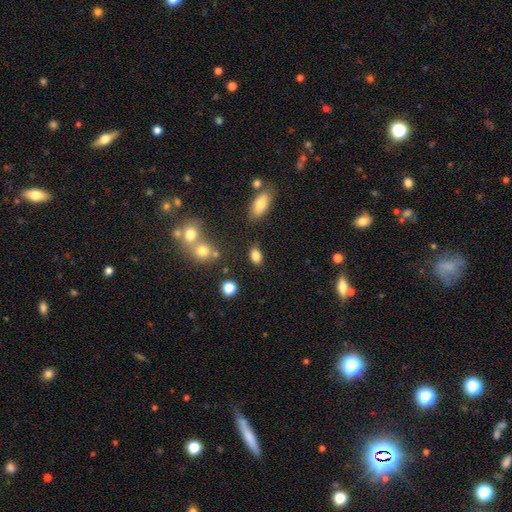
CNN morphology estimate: The model was most divided on "merging": none: 76%, minor disturbance: 14%, merger: 6%, major disturbance: 4%. More confident: how rounded — in between (84%); smooth or featured — smooth (84%).